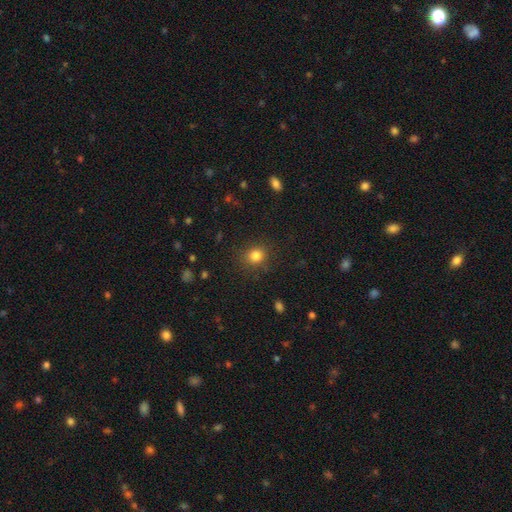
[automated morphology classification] smooth 82%, star or artifact 13%, featured or disk 6%. Down the decision tree: how rounded — round (80%); merging — none (86%).